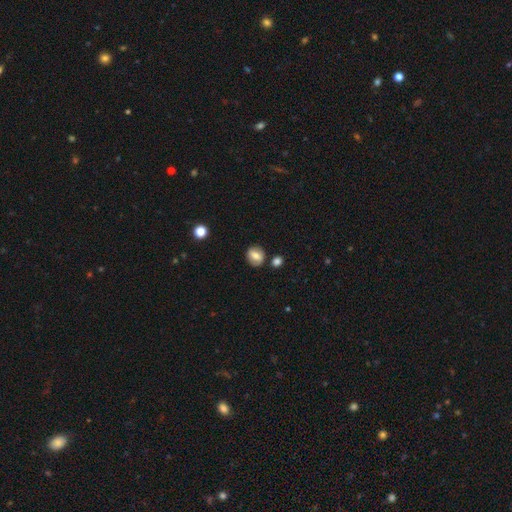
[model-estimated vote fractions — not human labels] Smooth or featured?
  - smooth: 66% *
  - featured or disk: 25%
  - star or artifact: 9%
How rounded?
  - round: 65% *
  - in between: 33%
  - cigar-shaped: 2%
Merging?
  - none: 80% *
  - minor disturbance: 11%
  - merger: 6%
  - major disturbance: 3%